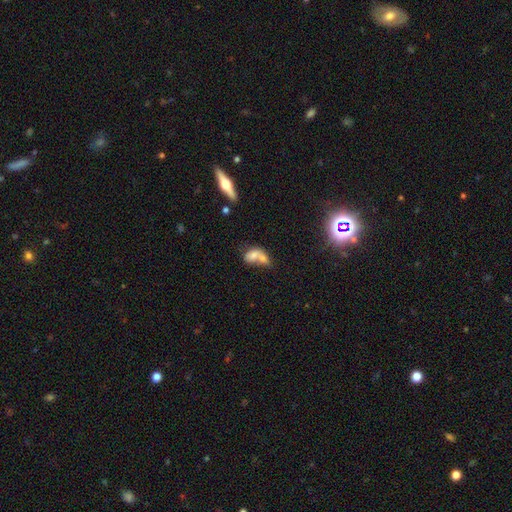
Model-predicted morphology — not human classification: This appears to be a smooth galaxy with no disk features (67%) that is in between round and cigar-shaped (77%). Merging: merger (69%).